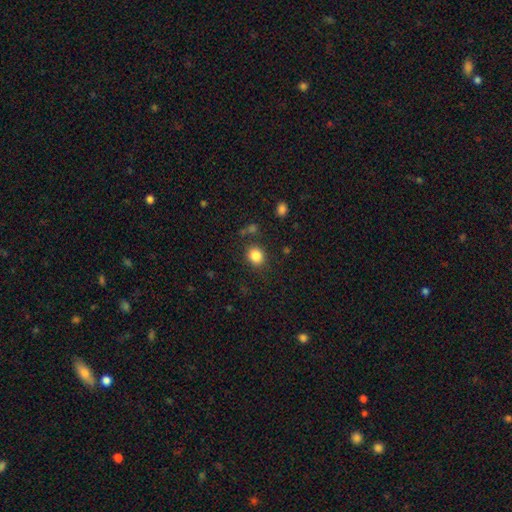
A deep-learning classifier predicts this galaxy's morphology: Smooth or featured?
  - smooth: 84% *
  - star or artifact: 11%
  - featured or disk: 5%
How rounded?
  - round: 74% *
  - in between: 25%
  - cigar-shaped: 1%
Merging?
  - none: 83% *
  - minor disturbance: 10%
  - major disturbance: 4%
  - merger: 3%